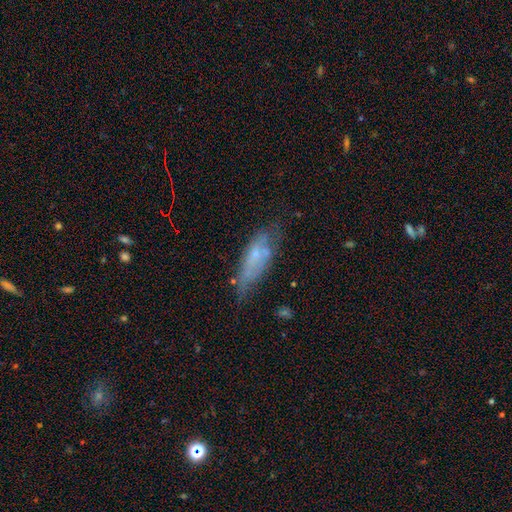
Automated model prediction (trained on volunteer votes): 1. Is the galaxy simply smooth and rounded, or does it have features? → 48% smooth, 42% featured or disk, 10% star or artifact.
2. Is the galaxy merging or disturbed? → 52% none, 29% minor disturbance, 13% major disturbance, 5% merger.